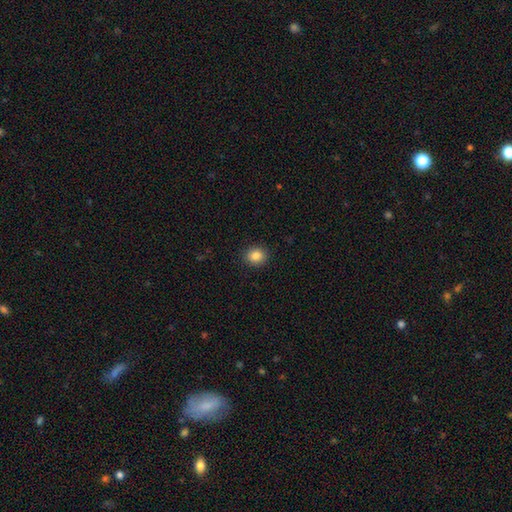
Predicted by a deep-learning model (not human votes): Smooth or featured? smooth (84%)
How rounded? round (78%)
Merging? none (92%)